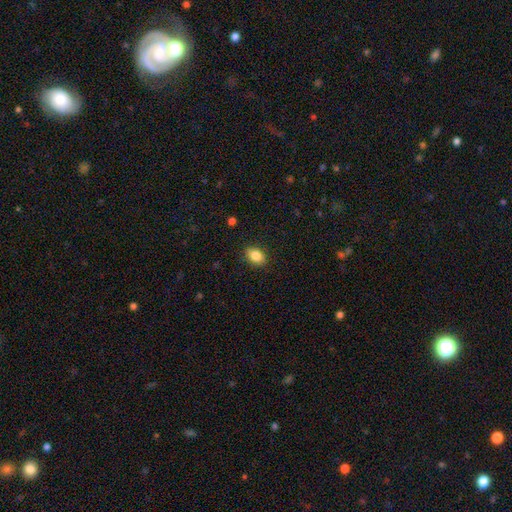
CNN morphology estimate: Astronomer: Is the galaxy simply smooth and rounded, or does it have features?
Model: smooth — 86%.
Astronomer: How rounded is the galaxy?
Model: in between — 80%.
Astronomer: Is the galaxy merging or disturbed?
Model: none — 89%.